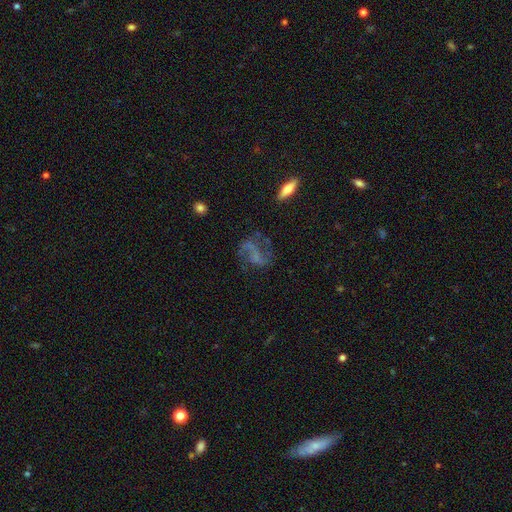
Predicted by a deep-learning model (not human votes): This appears to be a featured or disk galaxy (63%) with no bar (57%), spiral arms (69%) and no central bulge (68%). Merging: none (50%).